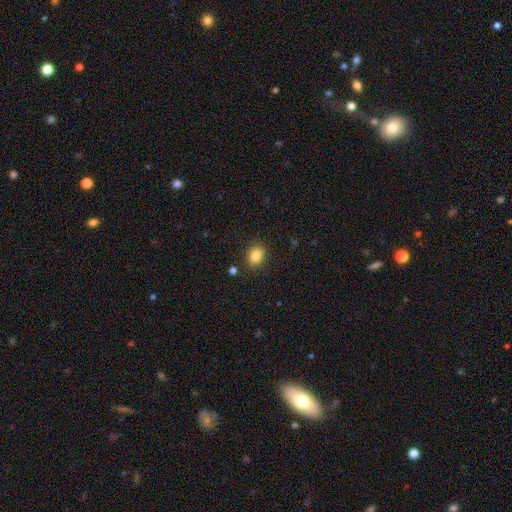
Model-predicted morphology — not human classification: Smooth or featured: smooth — 84% (star or artifact — 10%)
How rounded: in between — 60% (round — 39%)
Merging: none — 86% (minor disturbance — 9%)